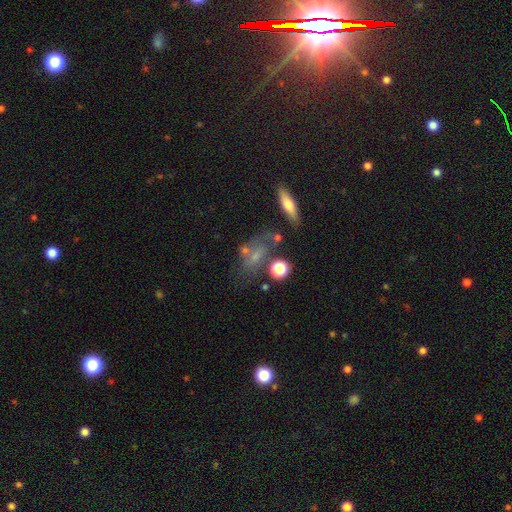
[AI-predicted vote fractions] Morphology: type=smooth (46%); merging=none (48%).